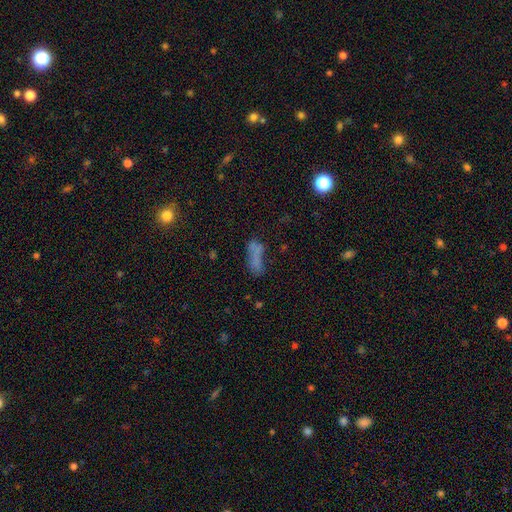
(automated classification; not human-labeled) A smooth galaxy with no disk features (61%) that is in between round and cigar-shaped (55%).

Vote fractions:
- Smooth or featured? smooth: 61% / featured or disk: 20% / star or artifact: 19%
- How rounded? in between: 55% / cigar-shaped: 39% / round: 6%
- Merging? none: 43% / merger: 20% / minor disturbance: 19% / major disturbance: 17%